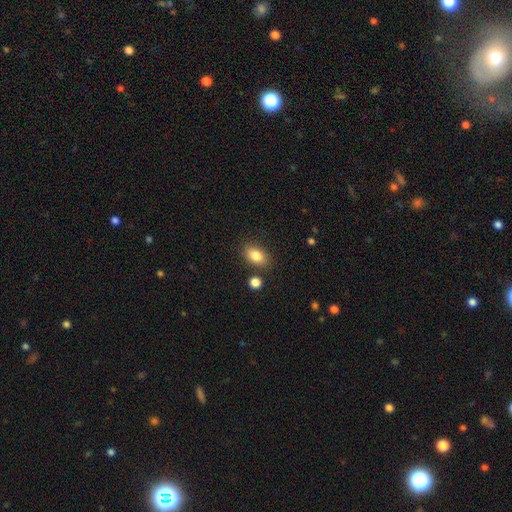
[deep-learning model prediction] A smooth galaxy with no disk features (84%) that is in between round and cigar-shaped (86%). Merging: none (82%).